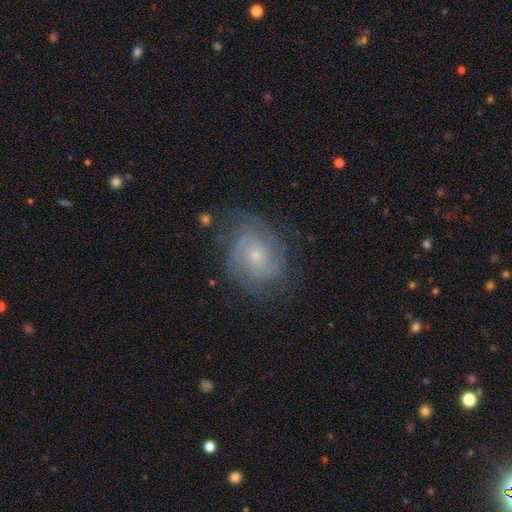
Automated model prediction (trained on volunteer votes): A featured or disk galaxy (82%) with no bar (75%), 2 (34%) tight (59%) spiral arms (95%) and a small central bulge (76%).

Vote fractions:
- Smooth or featured? featured or disk: 82% / smooth: 11% / star or artifact: 7%
- Edge-on disk? no: 98% / yes: 2%
- Bar? no: 75% / weak: 21% / strong: 4%
- Spiral arms? yes: 95% / no: 5%
- Spiral winding? tight: 59% / medium: 33% / loose: 8%
- Spiral arm count? 2: 34% / can't tell: 26% / 3: 21% / 4: 9% / 1: 5% / more than 4: 5%
- Bulge size? small: 76% / moderate: 20% / none: 2% / large: 1% / dominant: 1%
- Merging? none: 71% / minor disturbance: 18% / major disturbance: 9% / merger: 2%